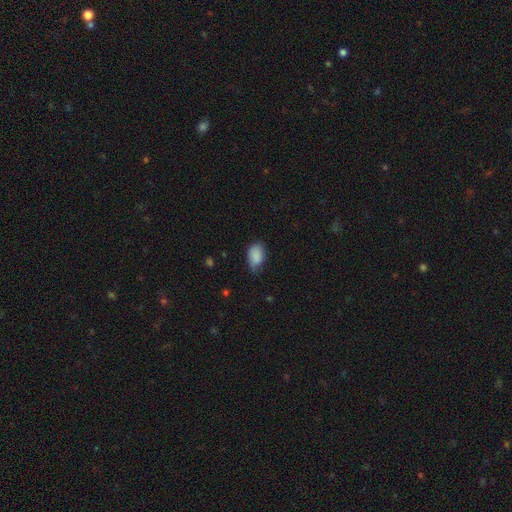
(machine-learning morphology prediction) smooth 88%, star or artifact 8%, featured or disk 5%. Down the decision tree: how rounded — in between (89%); merging — none (58%).